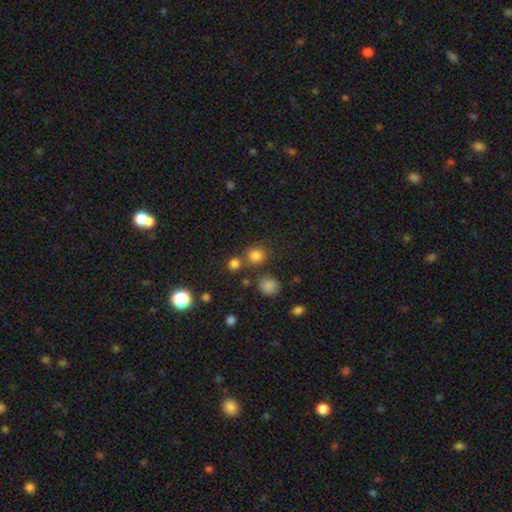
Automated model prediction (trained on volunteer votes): A smooth galaxy with no disk features (80%) that is round (85%). Merging: none (69%).